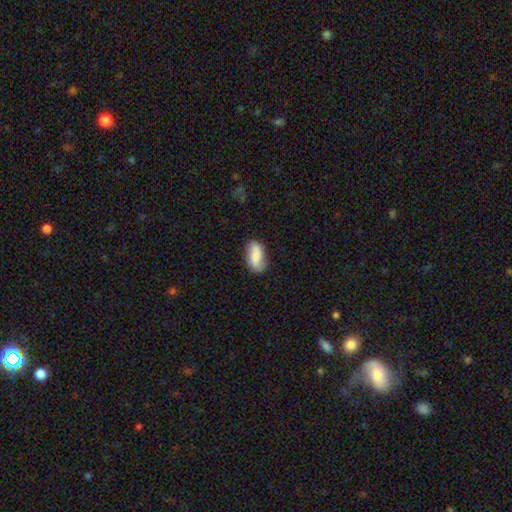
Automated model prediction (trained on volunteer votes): Q: Smooth or featured?
A: smooth (67%); runner-up: featured or disk (25%)
Q: How rounded?
A: in between (89%); runner-up: cigar-shaped (6%)
Q: Merging?
A: none (72%); runner-up: minor disturbance (21%)